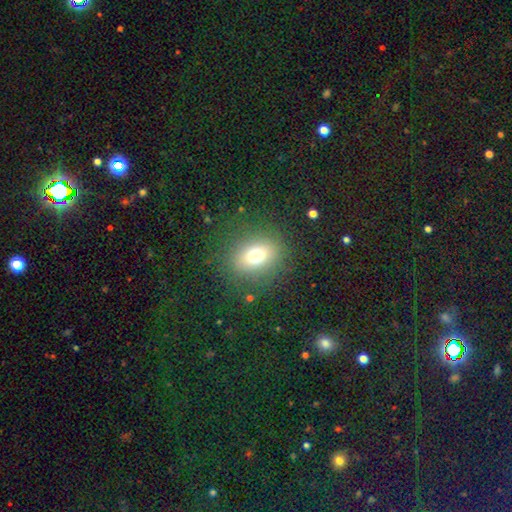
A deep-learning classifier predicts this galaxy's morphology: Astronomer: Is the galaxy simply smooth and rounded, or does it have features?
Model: smooth — 69%.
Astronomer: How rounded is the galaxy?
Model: round — 59% (runner-up: in between, 40%).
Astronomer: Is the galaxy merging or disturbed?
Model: none — 84%.